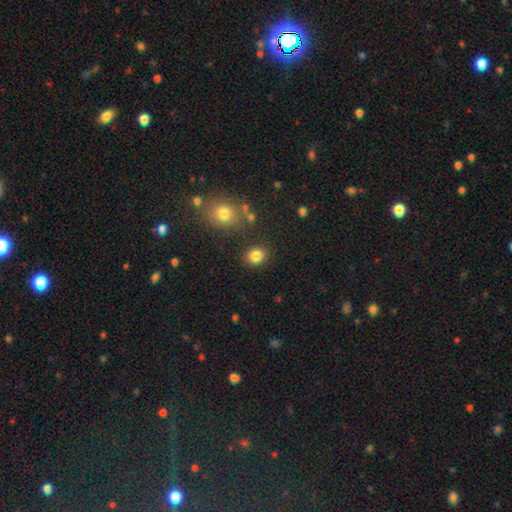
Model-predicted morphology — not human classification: type=smooth (84%); roundness=round (73%); merging=none (85%).